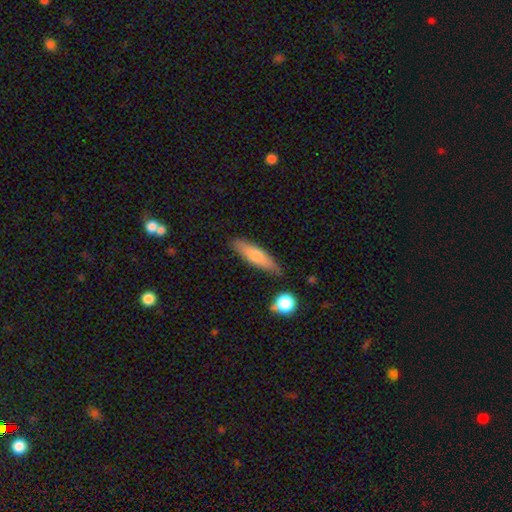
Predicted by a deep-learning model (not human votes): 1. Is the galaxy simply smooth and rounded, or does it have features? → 64% smooth, 30% featured or disk, 7% star or artifact.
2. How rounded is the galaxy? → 76% cigar-shaped, 22% in between, 2% round.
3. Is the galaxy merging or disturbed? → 84% none, 11% minor disturbance, 3% merger, 2% major disturbance.